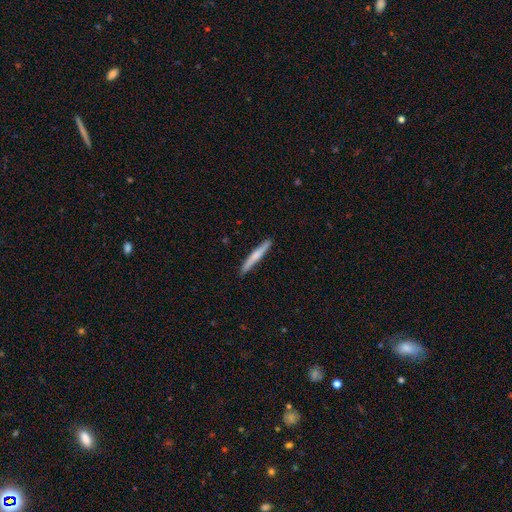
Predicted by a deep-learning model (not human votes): A smooth galaxy with no disk features (58%) that is cigar-shaped (96%).

Vote fractions:
- Smooth or featured? smooth: 58% / featured or disk: 37% / star or artifact: 5%
- How rounded? cigar-shaped: 96% / in between: 3% / round: 1%
- Merging? none: 90% / minor disturbance: 8% / major disturbance: 1% / merger: 1%